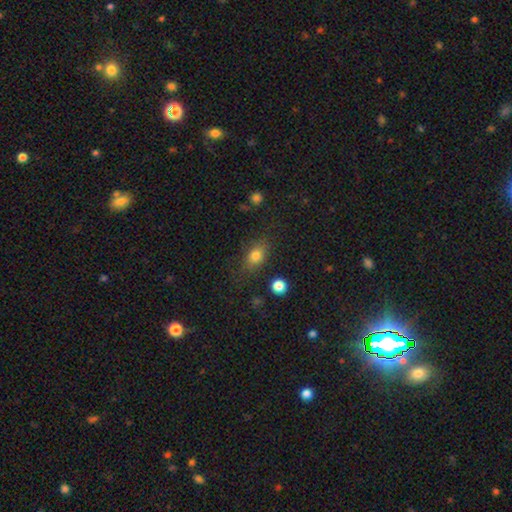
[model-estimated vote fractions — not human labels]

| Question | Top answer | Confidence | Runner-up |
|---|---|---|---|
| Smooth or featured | smooth | 79% | star or artifact (11%) |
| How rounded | in between | 73% | round (23%) |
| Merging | none | 75% | minor disturbance (16%) |